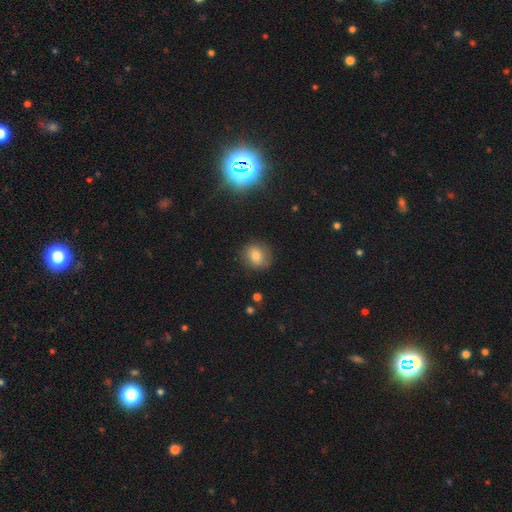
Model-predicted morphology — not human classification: A smooth galaxy with no disk features (77%) that is round (76%).

Vote fractions:
- Smooth or featured? smooth: 77% / star or artifact: 13% / featured or disk: 11%
- How rounded? round: 76% / in between: 23% / cigar-shaped: 1%
- Merging? none: 85% / minor disturbance: 11% / major disturbance: 3% / merger: 1%